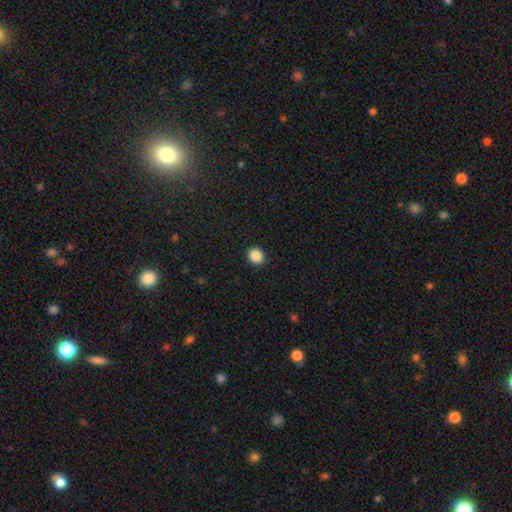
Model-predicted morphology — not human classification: smooth_or_featured: smooth (p=0.88) [alt: star or artifact p=0.09]
how_rounded: round (p=0.76) [alt: in between p=0.24]
merging: none (p=0.92) [alt: minor disturbance p=0.05]